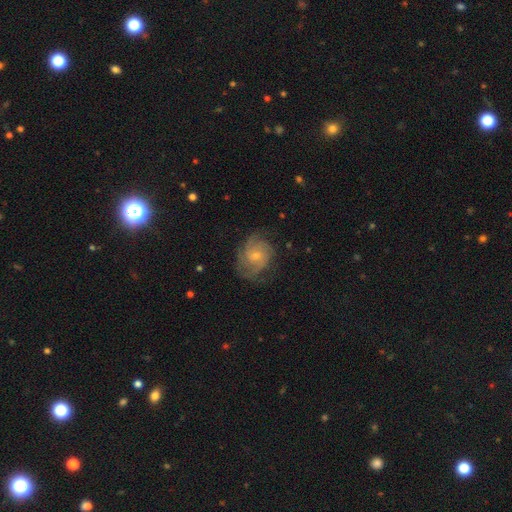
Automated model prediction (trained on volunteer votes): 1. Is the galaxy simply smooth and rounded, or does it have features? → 74% featured or disk, 17% smooth, 9% star or artifact.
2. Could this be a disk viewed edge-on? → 97% no, 3% yes.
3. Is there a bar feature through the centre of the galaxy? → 69% no, 27% weak, 4% strong.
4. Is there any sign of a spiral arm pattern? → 93% yes, 7% no.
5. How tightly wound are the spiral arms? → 48% tight, 40% medium, 12% loose.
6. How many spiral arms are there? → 28% can't tell, 27% 2, 26% 3, 9% 4, 5% 1, 5% more than 4.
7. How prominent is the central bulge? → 58% small, 37% moderate, 3% none, 2% large, 1% dominant.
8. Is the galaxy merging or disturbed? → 71% none, 19% minor disturbance, 9% major disturbance, 1% merger.